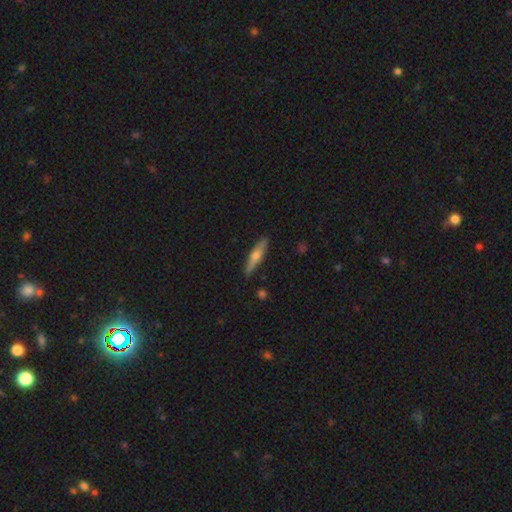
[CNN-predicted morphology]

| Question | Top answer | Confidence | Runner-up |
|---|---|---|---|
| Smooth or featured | featured or disk | 53% | smooth (40%) |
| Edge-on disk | yes | 95% | no (5%) |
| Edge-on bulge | rounded | 89% | none (6%) |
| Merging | none | 89% | minor disturbance (8%) |